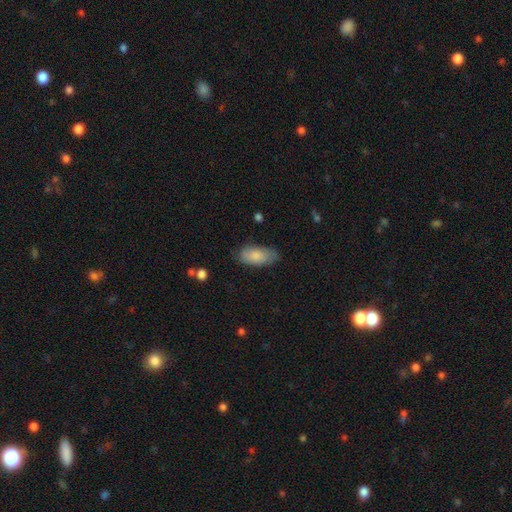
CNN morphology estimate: The model was most divided on "merging": none: 67%, minor disturbance: 26%, major disturbance: 6%, merger: 2%. More confident: how rounded — in between (90%); smooth or featured — smooth (82%).